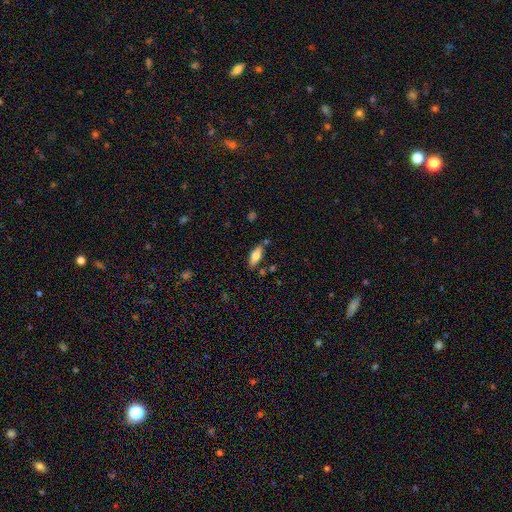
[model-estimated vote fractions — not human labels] Morphology: type=smooth (68%); roundness=in between (71%); merging=none (78%).